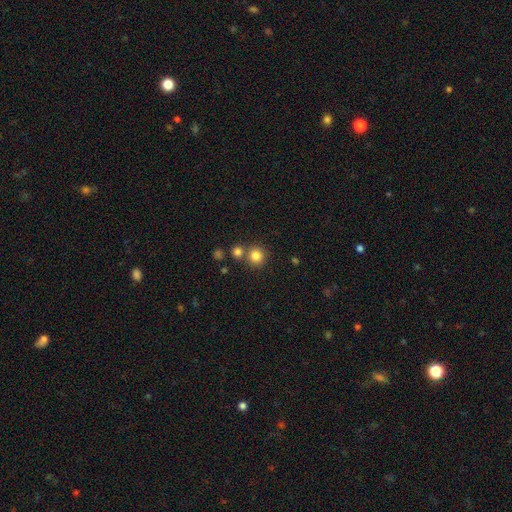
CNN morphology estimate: Smooth or featured: smooth — 82% (star or artifact — 12%)
How rounded: round — 93% (in between — 6%)
Merging: none — 71% (merger — 19%)